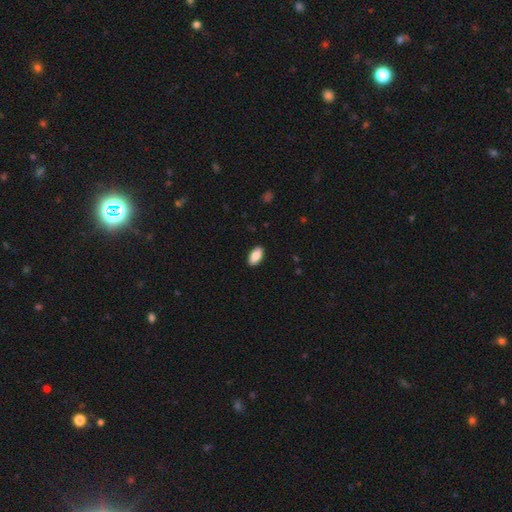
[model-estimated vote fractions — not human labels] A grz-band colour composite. It shows a smooth galaxy with no disk features (86%) that is in between round and cigar-shaped (94%). Merging: none (90%).